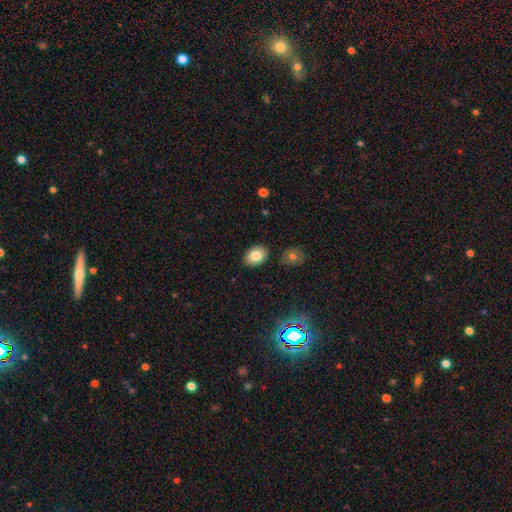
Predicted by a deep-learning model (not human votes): smooth-or-featured: smooth: 82% | featured or disk: 10% | star or artifact: 8%
  how-rounded: in between: 82% | round: 17% | cigar-shaped: 1%
  merging: none: 85% | minor disturbance: 10% | merger: 3% | major disturbance: 2%